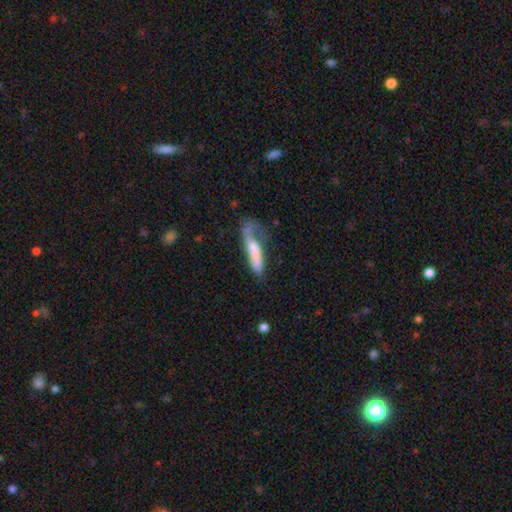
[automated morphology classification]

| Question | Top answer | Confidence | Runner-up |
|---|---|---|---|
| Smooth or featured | smooth | 62% | featured or disk (32%) |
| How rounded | cigar-shaped | 69% | in between (28%) |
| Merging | major disturbance | 42% | none (29%) |